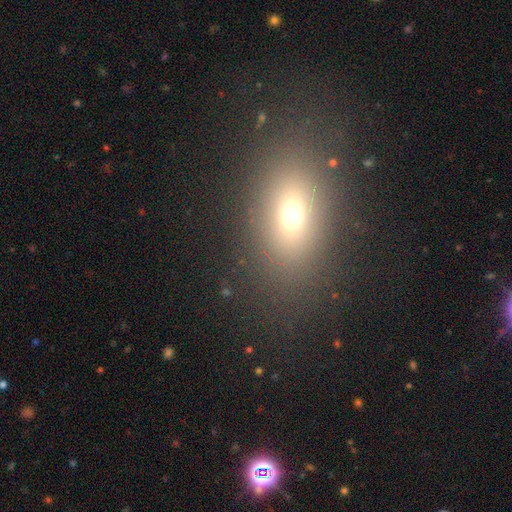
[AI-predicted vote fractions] Smooth or featured: smooth — 64% (star or artifact — 22%)
How rounded: in between — 70% (round — 25%)
Merging: none — 84% (minor disturbance — 9%)